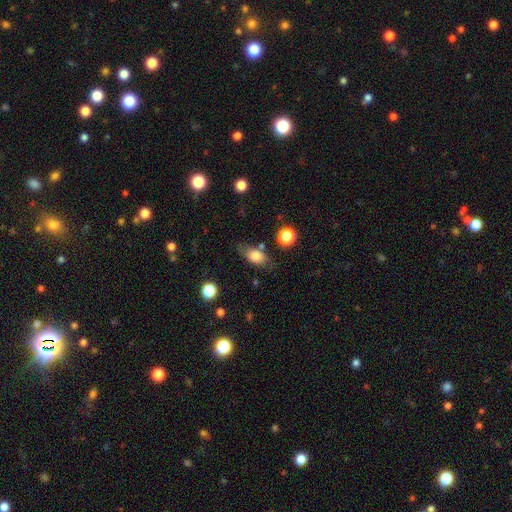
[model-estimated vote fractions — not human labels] A smooth galaxy with no disk features (77%) that is in between round and cigar-shaped (81%). Merging: none (64%).